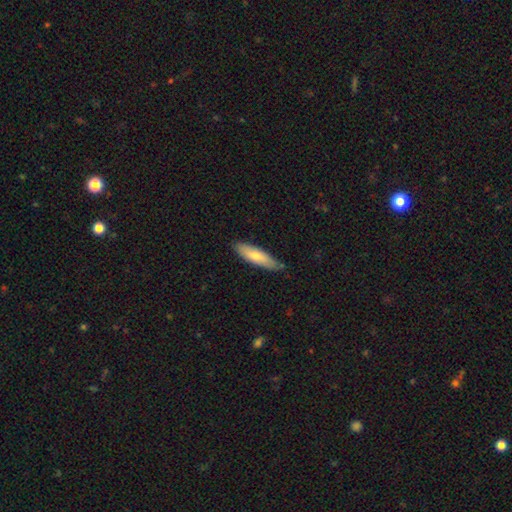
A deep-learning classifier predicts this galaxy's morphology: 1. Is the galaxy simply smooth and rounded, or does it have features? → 72% smooth, 23% featured or disk, 5% star or artifact.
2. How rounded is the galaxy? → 59% cigar-shaped, 39% in between, 2% round.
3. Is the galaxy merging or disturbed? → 78% none, 17% minor disturbance, 3% major disturbance, 2% merger.